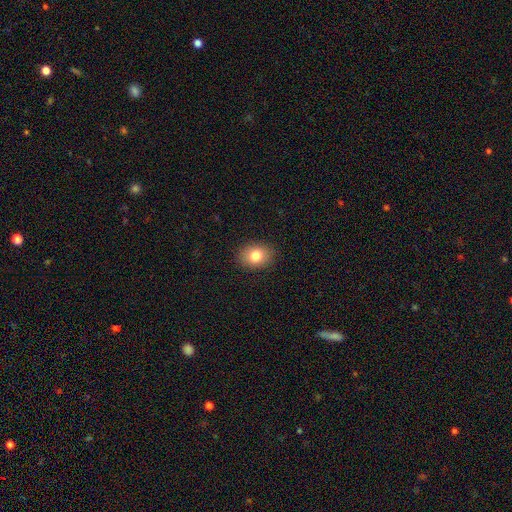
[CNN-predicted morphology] smooth 81%, star or artifact 10%, featured or disk 9%. Down the decision tree: how rounded — in between (61%); merging — none (89%).